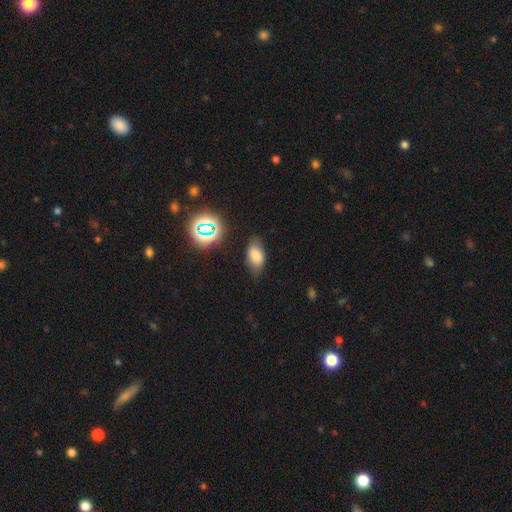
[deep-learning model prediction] Morphology: type=smooth (74%); roundness=in between (90%); merging=none (73%).